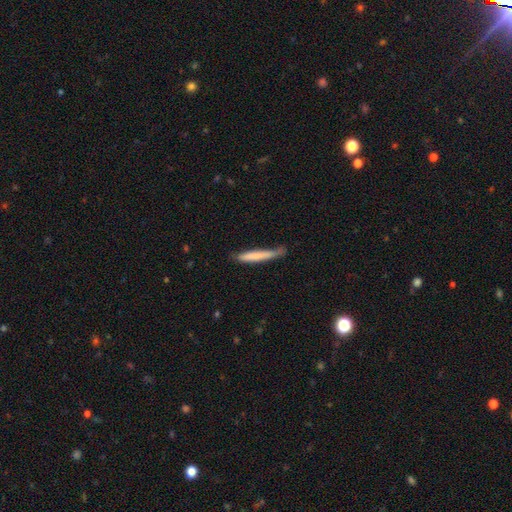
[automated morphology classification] type=smooth (73%); roundness=cigar-shaped (95%); merging=none (64%).